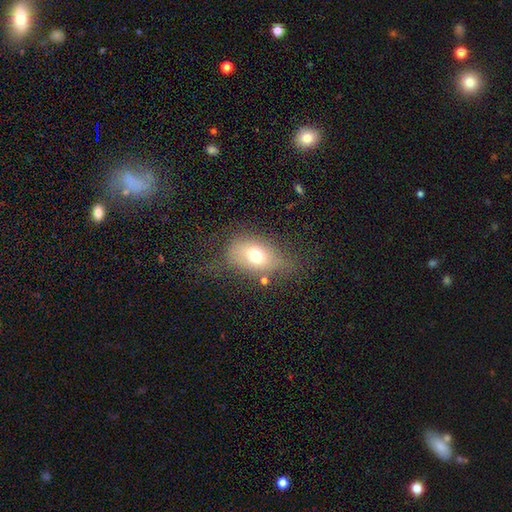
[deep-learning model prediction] Smooth or featured? smooth (65%)
How rounded? in between (75%)
Merging? none (55%)